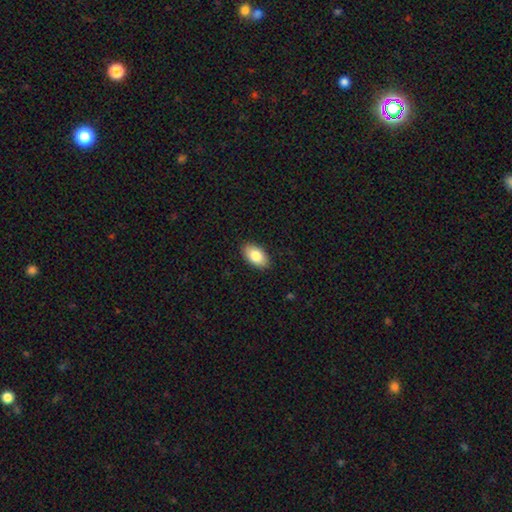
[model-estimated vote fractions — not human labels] smooth_or_featured: smooth (p=0.84) [alt: featured or disk p=0.10]
how_rounded: in between (p=0.94) [alt: round p=0.04]
merging: none (p=0.89) [alt: minor disturbance p=0.08]